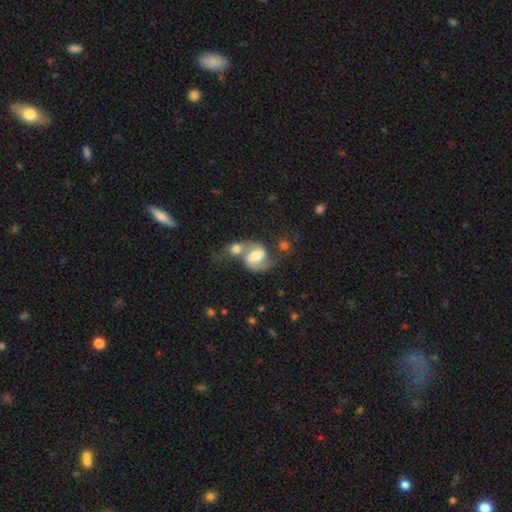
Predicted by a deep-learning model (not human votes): smooth-or-featured: featured or disk: 67% | smooth: 26% | star or artifact: 7%
  disk-edge-on: no: 97% | yes: 3%
    bar: weak: 45% | no: 32% | strong: 23%
    has-spiral-arms: yes: 88% | no: 12%
      spiral-winding: medium: 48% | loose: 39% | tight: 14%
      spiral-arm-count: 2: 87% | 1: 5% | can't tell: 5% | 3: 1% | 4: 1% | more than 4: 1%
    bulge-size: moderate: 54% | small: 22% | large: 17% | none: 5% | dominant: 2%
  merging: merger: 57% | none: 25% | minor disturbance: 10% | major disturbance: 8%